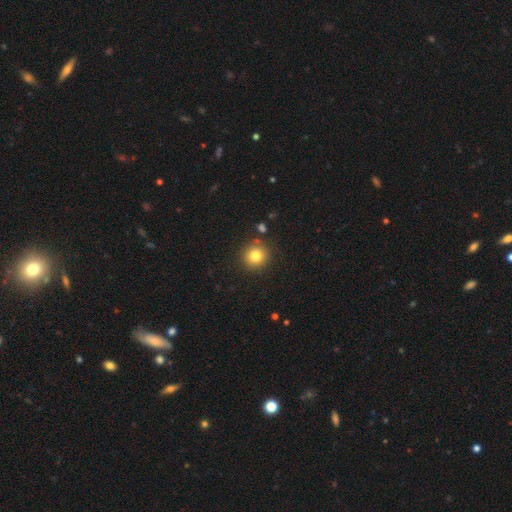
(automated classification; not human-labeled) Smooth or featured?
  - smooth: 81% *
  - star or artifact: 12%
  - featured or disk: 7%
How rounded?
  - round: 91% *
  - in between: 8%
  - cigar-shaped: 1%
Merging?
  - none: 87% *
  - minor disturbance: 7%
  - merger: 4%
  - major disturbance: 2%